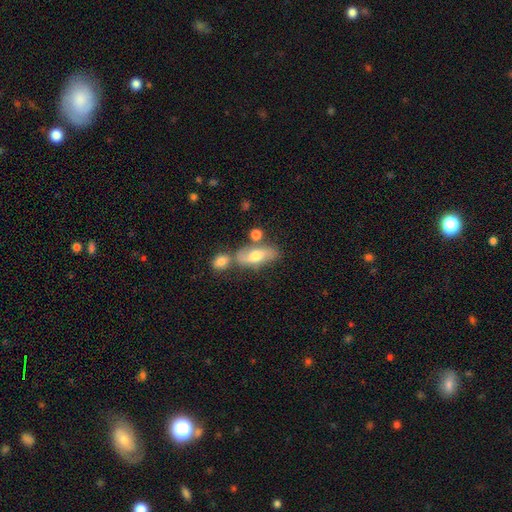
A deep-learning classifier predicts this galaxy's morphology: smooth 47%, featured or disk 45%, star or artifact 7%. Down the decision tree: merging — none (56%).